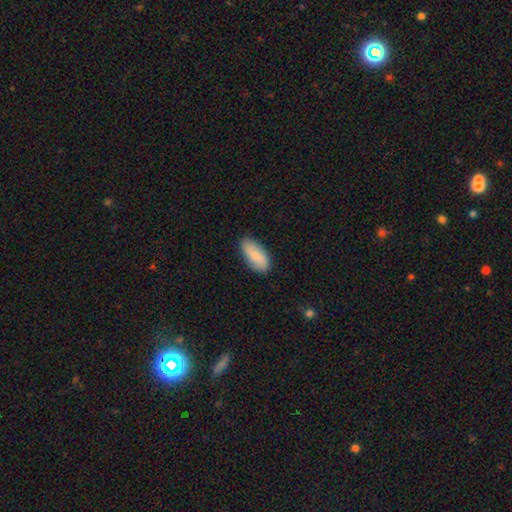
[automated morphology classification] type=smooth (81%); roundness=in between (89%); merging=none (84%).